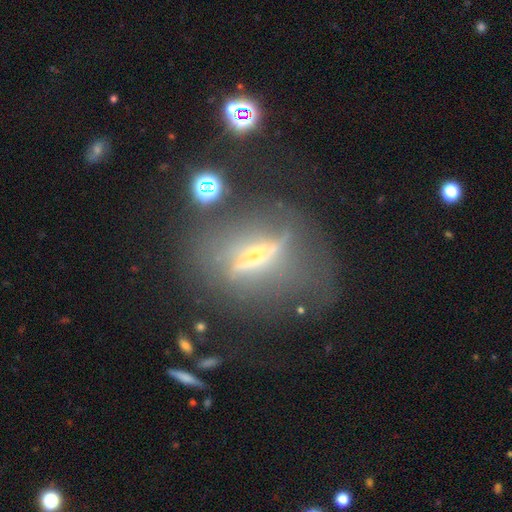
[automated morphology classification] This is likely a featured or disk galaxy (69%). It is likely viewed edge-on (64%). Merging: likely none (63%).